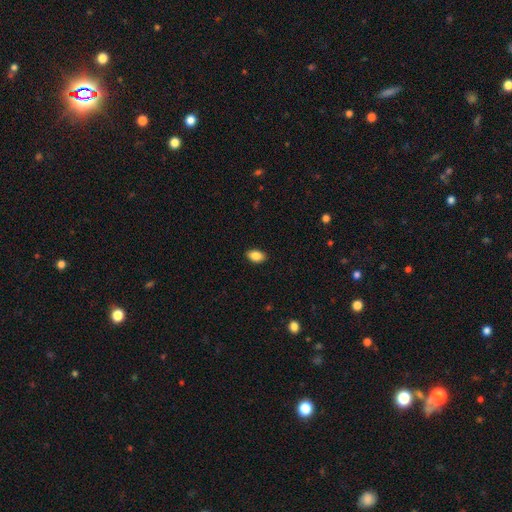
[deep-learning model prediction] Smooth or featured? smooth (87%)
How rounded? in between (88%)
Merging? none (89%)